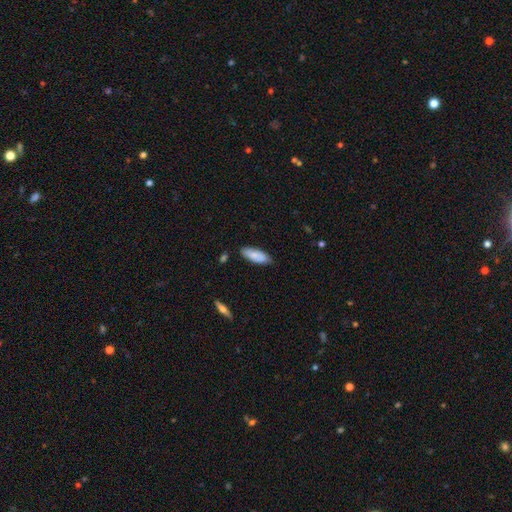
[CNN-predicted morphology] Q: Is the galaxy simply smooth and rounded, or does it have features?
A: smooth — 81%.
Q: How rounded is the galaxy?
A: in between — 74%.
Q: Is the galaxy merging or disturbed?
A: none — 81%.